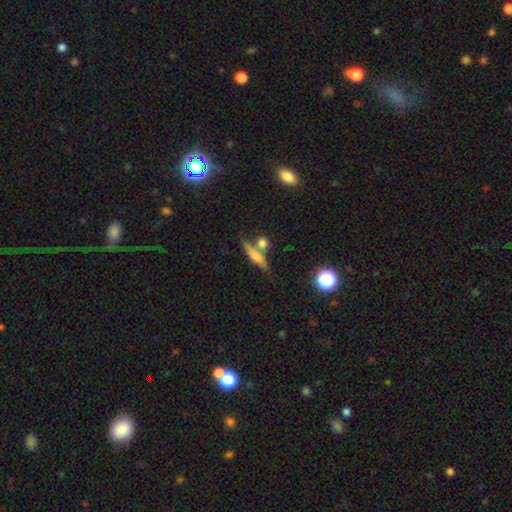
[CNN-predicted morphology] Smooth or featured? Predicted: smooth (p=0.57). How rounded? Predicted: cigar-shaped (p=0.71). Merging? Predicted: none (p=0.60).